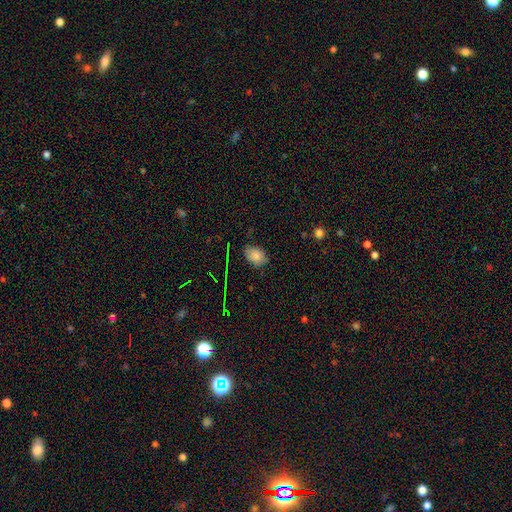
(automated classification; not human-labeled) Smooth or featured? smooth (79%)
How rounded? in between (81%)
Merging? none (72%)